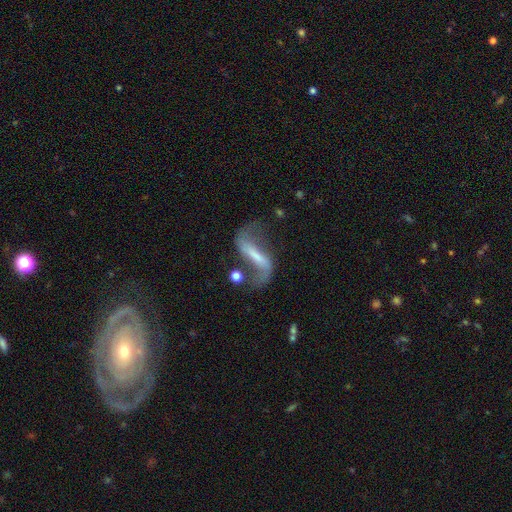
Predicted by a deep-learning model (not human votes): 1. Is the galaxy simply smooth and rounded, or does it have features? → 82% featured or disk, 11% smooth, 7% star or artifact.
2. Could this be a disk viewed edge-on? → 91% no, 9% yes.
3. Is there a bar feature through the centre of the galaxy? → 59% strong, 28% weak, 13% no.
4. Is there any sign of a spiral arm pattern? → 91% yes, 9% no.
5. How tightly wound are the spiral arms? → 83% loose, 13% medium, 4% tight.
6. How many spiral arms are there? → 90% 2, 5% 1, 3% can't tell, 1% 3, 1% 4, 1% more than 4.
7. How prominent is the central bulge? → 41% small, 31% none, 22% moderate, 4% large, 2% dominant.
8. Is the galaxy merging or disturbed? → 55% none, 19% major disturbance, 17% minor disturbance, 9% merger.